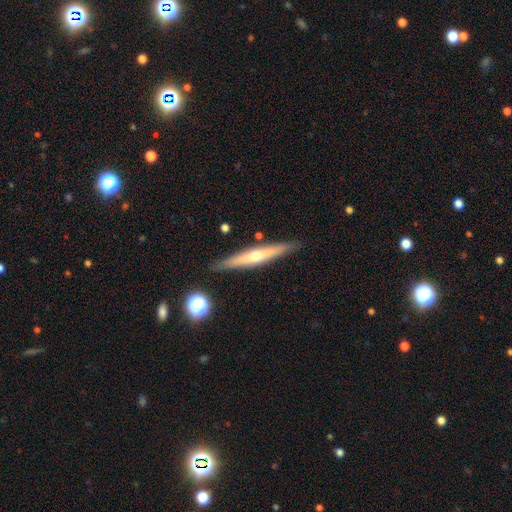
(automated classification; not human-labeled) Morphology: type=featured or disk (61%); edge-on=yes (95%); edge-on bulge=rounded (77%); merging=none (89%).